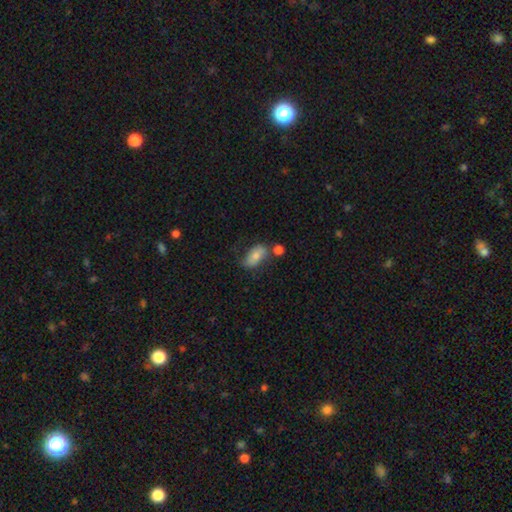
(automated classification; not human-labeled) This is likely a smooth galaxy (65%). How rounded: clearly in between (89%). Merging: possibly none (54%).